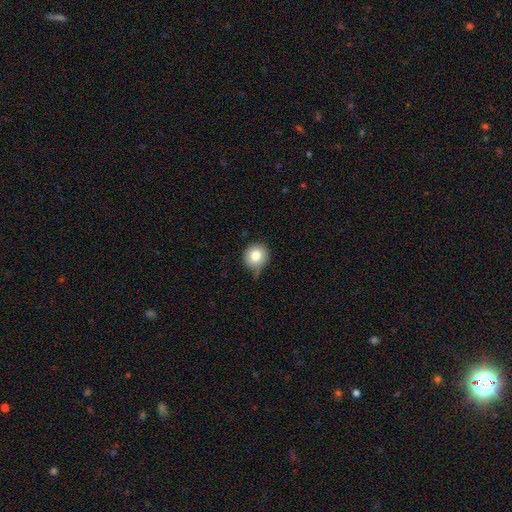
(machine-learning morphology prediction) Smooth or featured? Predicted: smooth (p=0.80). How rounded? Predicted: round (p=0.90). Merging? Predicted: none (p=0.62).